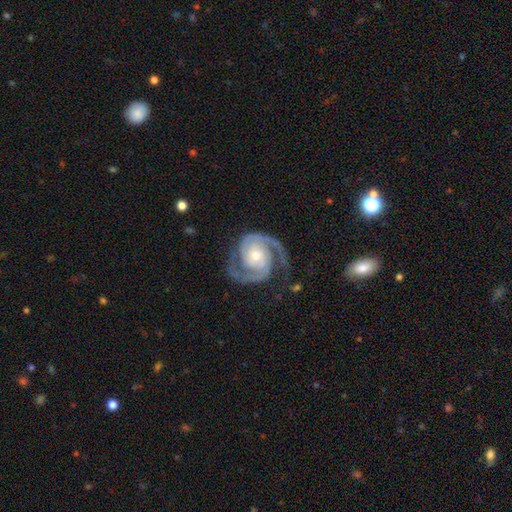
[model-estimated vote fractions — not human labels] featured or disk 93%, star or artifact 4%, smooth 3%. Down the decision tree: edge-on disk — no (98%); bar — no (68%); spiral arms — yes (99%); spiral arm count — 2 (93%); spiral winding — tight (51%); bulge size — small (48%); merging — none (78%).